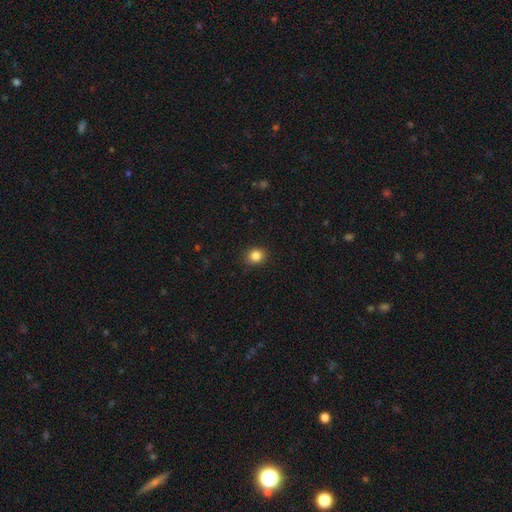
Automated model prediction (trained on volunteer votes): Overall: smooth (85%). How rounded: round (71%). Merging: none (88%).